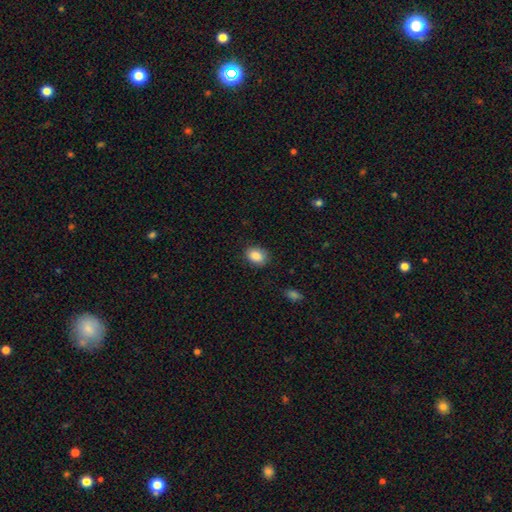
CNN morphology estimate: smooth-or-featured: smooth: 88% | star or artifact: 8% | featured or disk: 4%
  how-rounded: in between: 65% | round: 34% | cigar-shaped: 1%
  merging: none: 84% | minor disturbance: 12% | major disturbance: 3% | merger: 1%